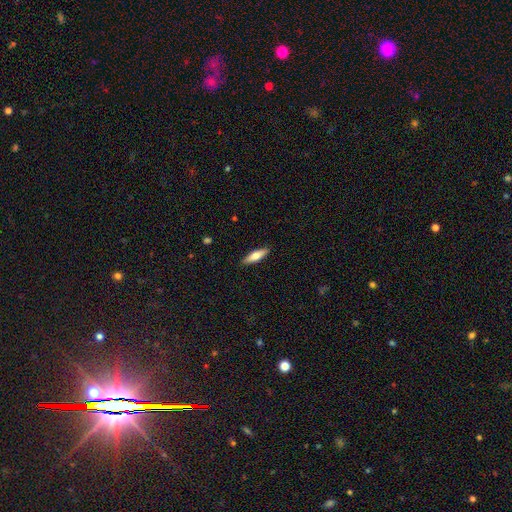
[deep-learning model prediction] This appears to be a smooth galaxy with no disk features (63%) that is cigar-shaped (61%). Merging: none (90%).